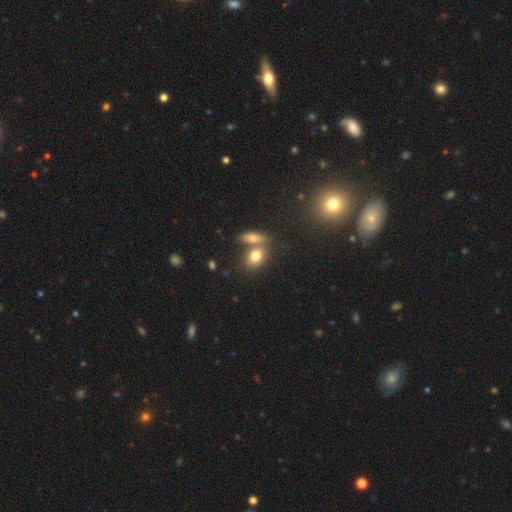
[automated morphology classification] Smooth or featured?
  - smooth: 76% *
  - featured or disk: 14%
  - star or artifact: 10%
How rounded?
  - in between: 68% *
  - round: 28%
  - cigar-shaped: 4%
Merging?
  - none: 49% *
  - merger: 38%
  - minor disturbance: 10%
  - major disturbance: 4%